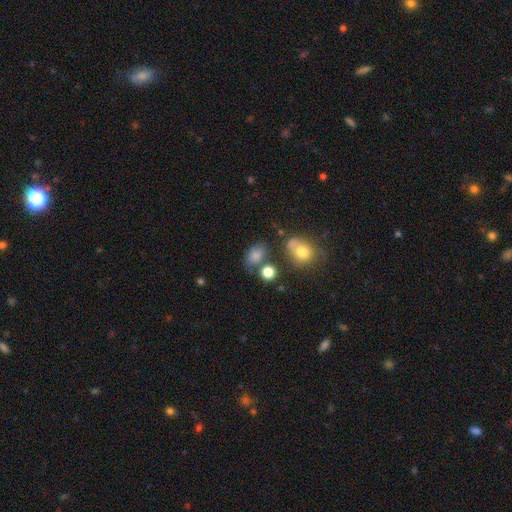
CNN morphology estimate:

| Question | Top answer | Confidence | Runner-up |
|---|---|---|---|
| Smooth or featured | smooth | 78% | star or artifact (14%) |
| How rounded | in between | 68% | round (30%) |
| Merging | none | 59% | minor disturbance (19%) |